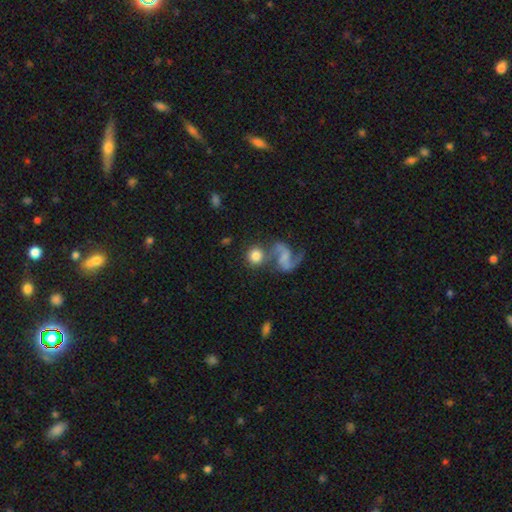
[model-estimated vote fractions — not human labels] A smooth galaxy with no disk features (67%) that is round (87%). Merging: none (52%).